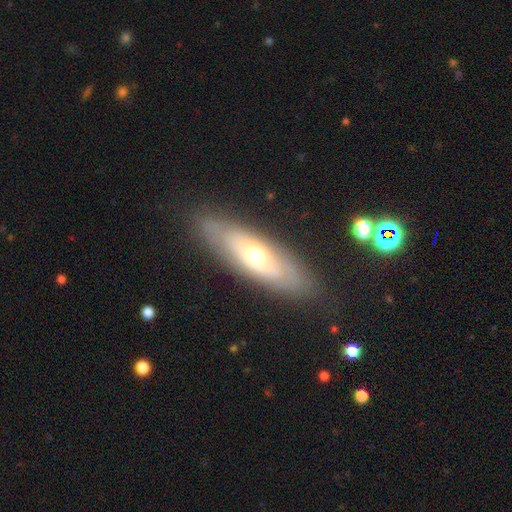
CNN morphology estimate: The model was most divided on "smooth or featured": featured or disk: 52%, smooth: 41%, star or artifact: 7%. More confident: merging — none (83%); edge-on disk — no (66%).